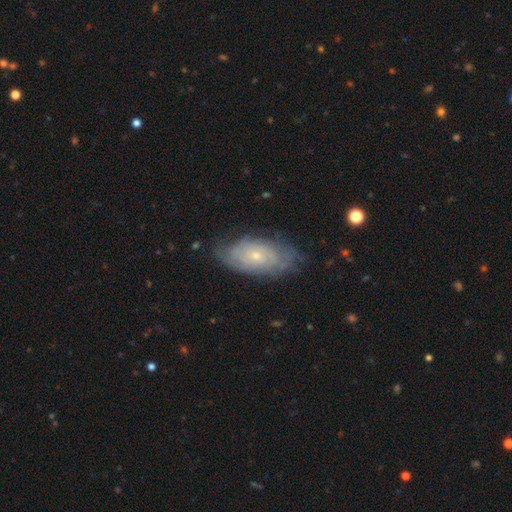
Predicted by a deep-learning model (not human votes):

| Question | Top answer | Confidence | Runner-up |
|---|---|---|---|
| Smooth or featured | featured or disk | 63% | smooth (29%) |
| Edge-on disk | no | 91% | yes (9%) |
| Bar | no | 81% | weak (17%) |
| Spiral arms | yes | 79% | no (21%) |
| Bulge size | small | 76% | moderate (20%) |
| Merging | none | 69% | minor disturbance (23%) |